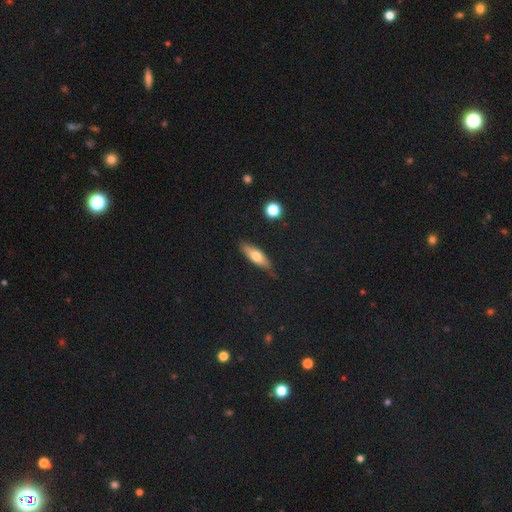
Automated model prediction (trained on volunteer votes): A smooth galaxy with no disk features (60%) that is cigar-shaped (51%). Merging: none (80%).